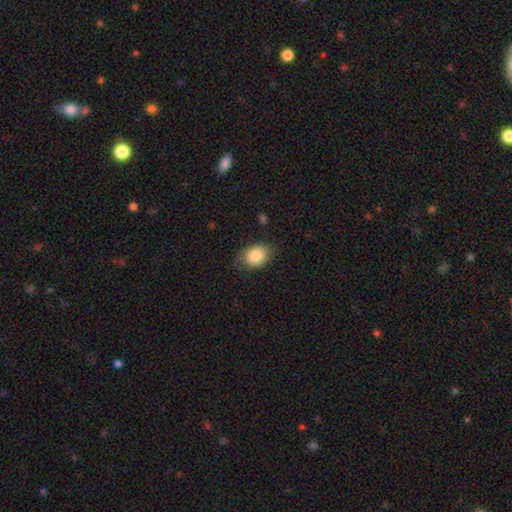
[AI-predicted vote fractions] Overall: smooth (84%). How rounded: in between (78%). Merging: none (74%).